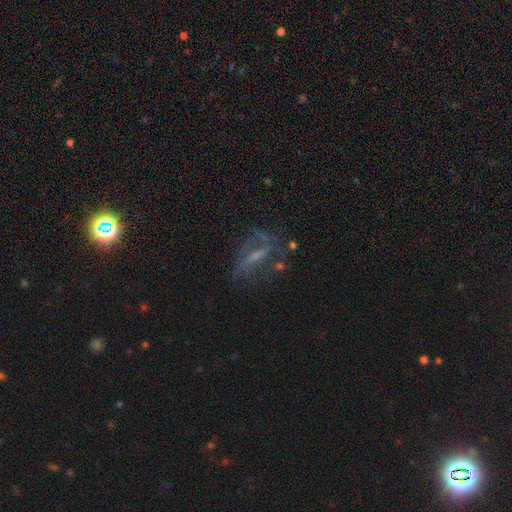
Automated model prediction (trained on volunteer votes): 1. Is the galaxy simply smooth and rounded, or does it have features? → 59% featured or disk, 24% smooth, 17% star or artifact.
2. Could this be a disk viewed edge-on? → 83% no, 17% yes.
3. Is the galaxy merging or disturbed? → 51% none, 24% major disturbance, 20% minor disturbance, 5% merger.